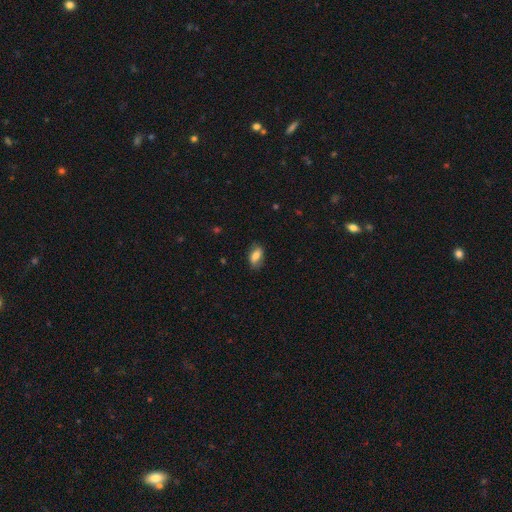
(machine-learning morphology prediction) Smooth or featured: smooth — 77% (featured or disk — 15%)
How rounded: in between — 88% (cigar-shaped — 7%)
Merging: none — 77% (minor disturbance — 18%)